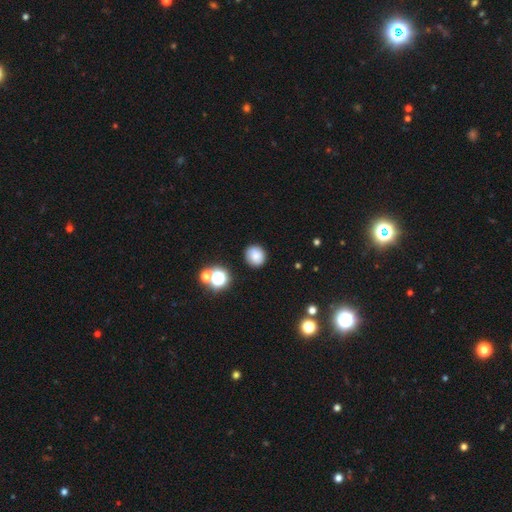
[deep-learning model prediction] This appears to be a smooth galaxy with no disk features (80%) that is round (79%). Merging: none (87%).